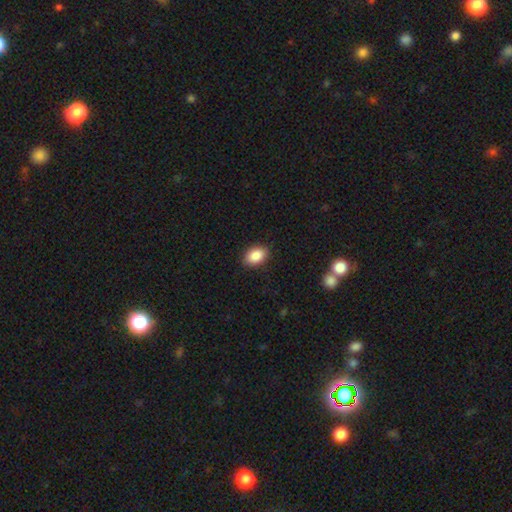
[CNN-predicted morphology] smooth-or-featured: smooth: 88% | star or artifact: 8% | featured or disk: 5%
  how-rounded: in between: 84% | round: 15% | cigar-shaped: 1%
  merging: none: 88% | minor disturbance: 9% | major disturbance: 2% | merger: 1%